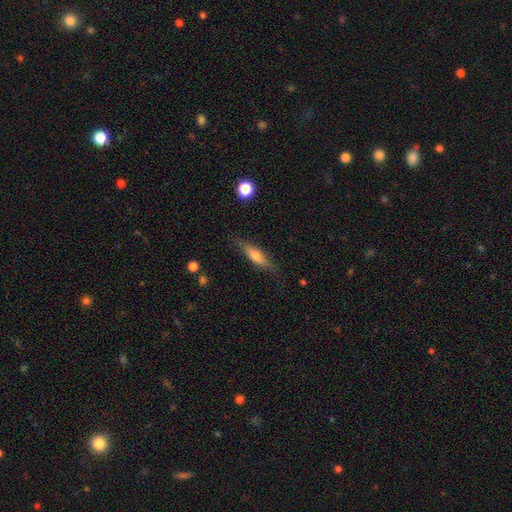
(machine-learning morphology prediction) smooth 58%, featured or disk 36%, star or artifact 7%. Down the decision tree: how rounded — cigar-shaped (64%); merging — none (78%).